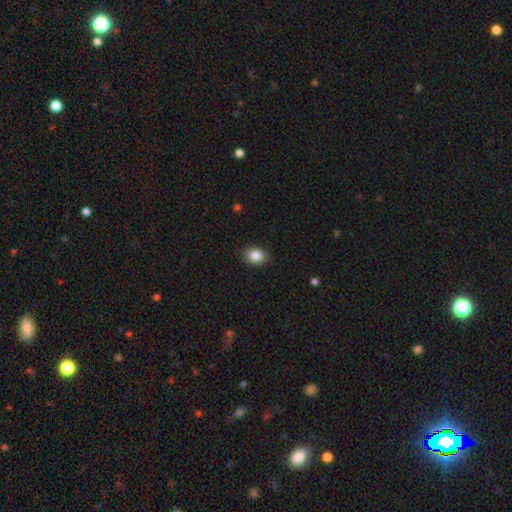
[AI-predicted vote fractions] Smooth or featured?
  - smooth: 85% *
  - star or artifact: 9%
  - featured or disk: 6%
How rounded?
  - in between: 64% *
  - round: 35%
  - cigar-shaped: 1%
Merging?
  - none: 87% *
  - minor disturbance: 9%
  - major disturbance: 2%
  - merger: 1%